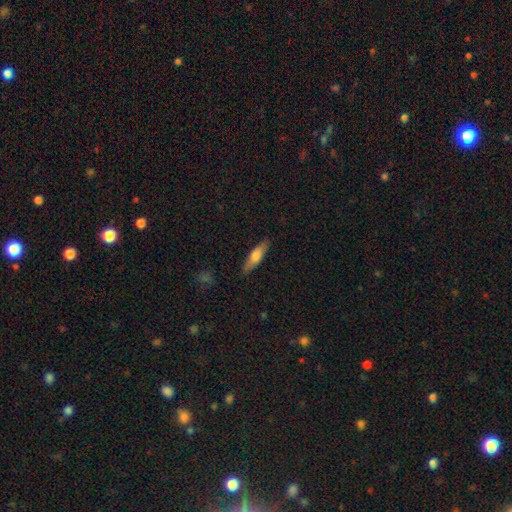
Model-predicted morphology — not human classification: Smooth or featured? smooth (66%)
How rounded? cigar-shaped (62%)
Merging? none (86%)